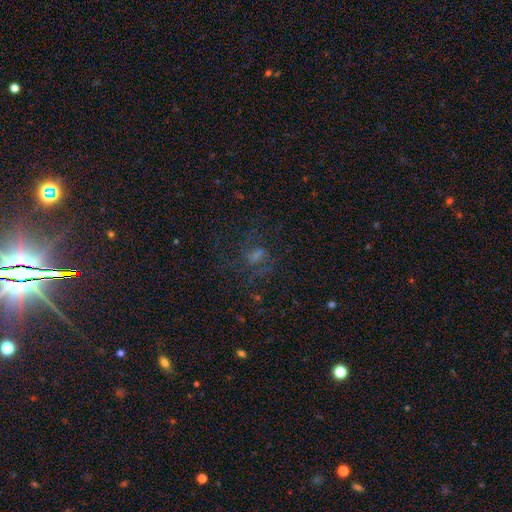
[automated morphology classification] Q: Smooth or featured?
A: featured or disk (41%); runner-up: star or artifact (30%)
Q: Merging?
A: none (49%); runner-up: major disturbance (28%)